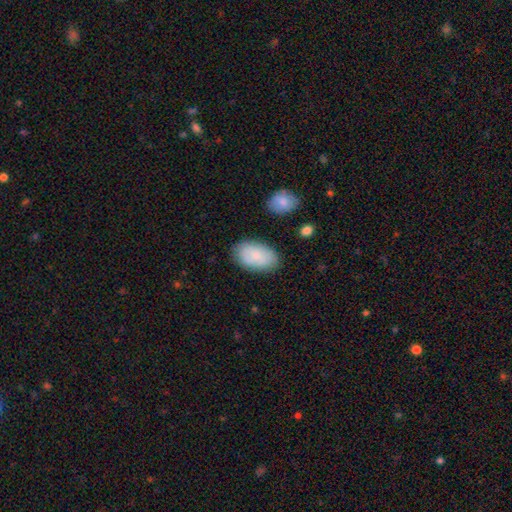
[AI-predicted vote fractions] A smooth galaxy with no disk features (80%) that is in between round and cigar-shaped (94%).

Vote fractions:
- Smooth or featured? smooth: 80% / featured or disk: 14% / star or artifact: 6%
- How rounded? in between: 94% / round: 4% / cigar-shaped: 1%
- Merging? none: 80% / minor disturbance: 14% / major disturbance: 3% / merger: 3%